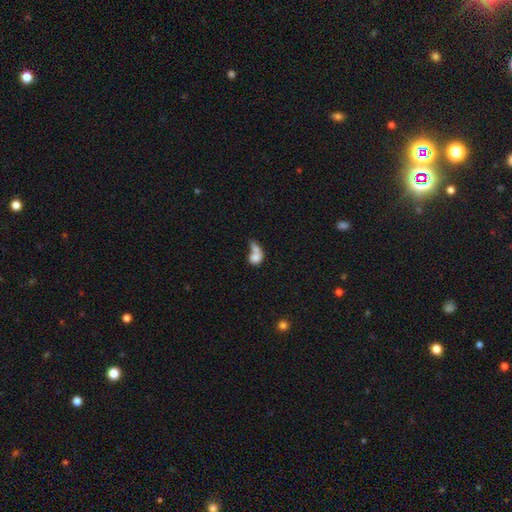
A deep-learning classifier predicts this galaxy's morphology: Smooth or featured? smooth (72%)
How rounded? in between (65%)
Merging? merger (59%)